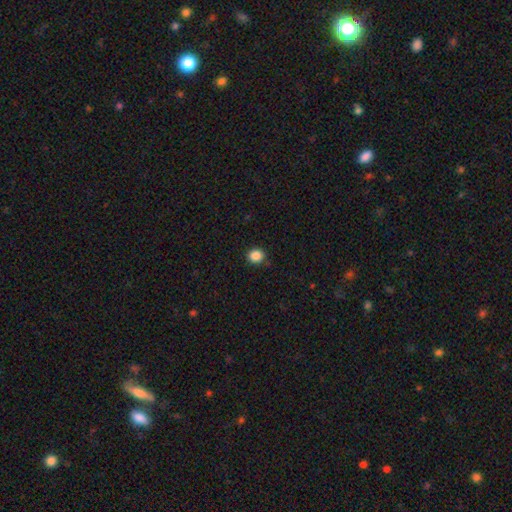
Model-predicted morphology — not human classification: Q: Smooth or featured?
A: smooth (87%); runner-up: star or artifact (10%)
Q: How rounded?
A: round (77%); runner-up: in between (22%)
Q: Merging?
A: none (87%); runner-up: minor disturbance (10%)